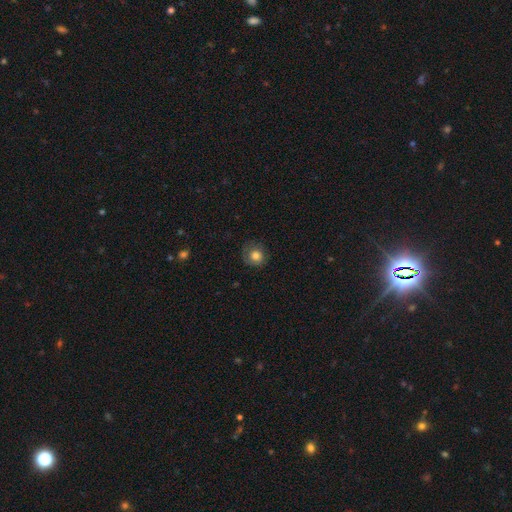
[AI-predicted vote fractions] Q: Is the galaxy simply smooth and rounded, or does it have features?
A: smooth — 77%.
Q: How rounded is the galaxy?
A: round — 86%.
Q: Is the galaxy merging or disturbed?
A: none — 73%.